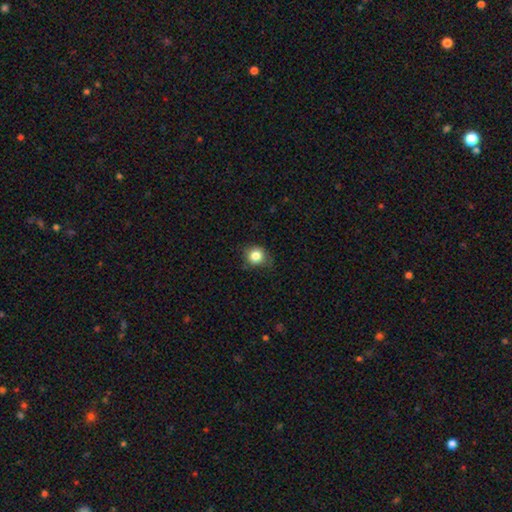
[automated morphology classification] Smooth or featured?
  - smooth: 83% *
  - star or artifact: 11%
  - featured or disk: 7%
How rounded?
  - round: 84% *
  - in between: 16%
  - cigar-shaped: 1%
Merging?
  - none: 74% *
  - minor disturbance: 21%
  - major disturbance: 4%
  - merger: 1%